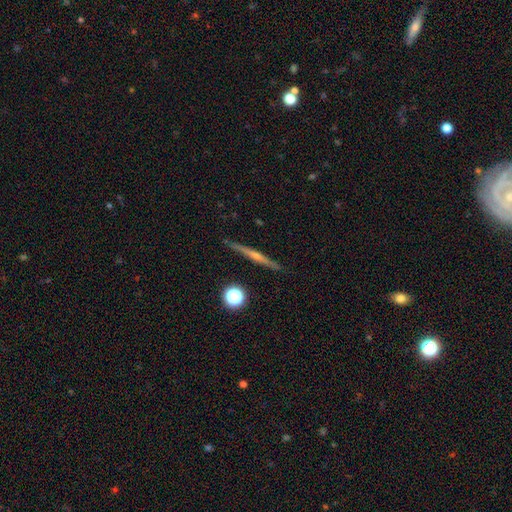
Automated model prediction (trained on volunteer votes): Overall: featured or disk (73%). Edge-on disk: yes (98%). Edge-on bulge: rounded (72%). Merging: none (90%).